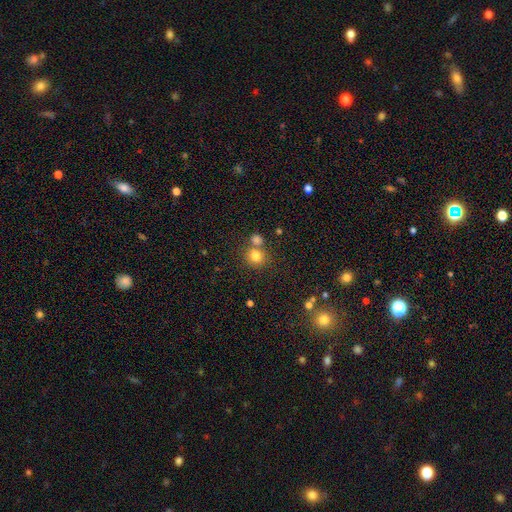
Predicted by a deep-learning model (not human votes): A smooth galaxy with no disk features (78%) that is round (85%).

Vote fractions:
- Smooth or featured? smooth: 78% / star or artifact: 13% / featured or disk: 8%
- How rounded? round: 85% / in between: 14% / cigar-shaped: 1%
- Merging? none: 60% / merger: 28% / minor disturbance: 9% / major disturbance: 3%